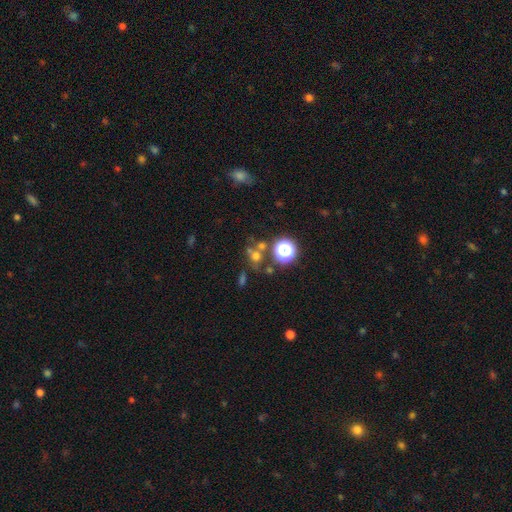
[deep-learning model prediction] Smooth or featured? Predicted: smooth (p=0.56). How rounded? Predicted: round (p=0.74). Merging? Predicted: none (p=0.56).